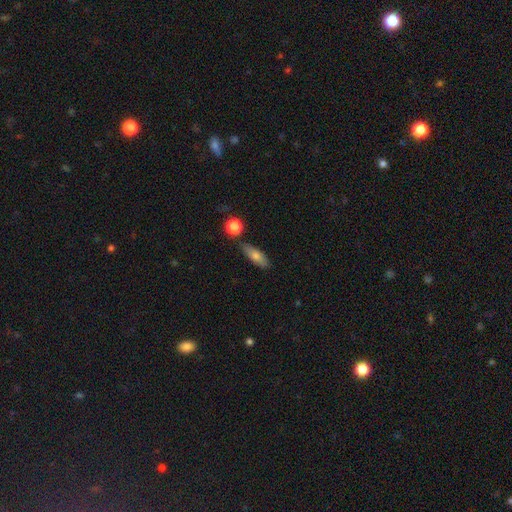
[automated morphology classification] Smooth or featured?
  - smooth: 73% *
  - featured or disk: 19%
  - star or artifact: 8%
How rounded?
  - in between: 66% *
  - cigar-shaped: 30%
  - round: 4%
Merging?
  - none: 76% *
  - minor disturbance: 15%
  - merger: 6%
  - major disturbance: 3%